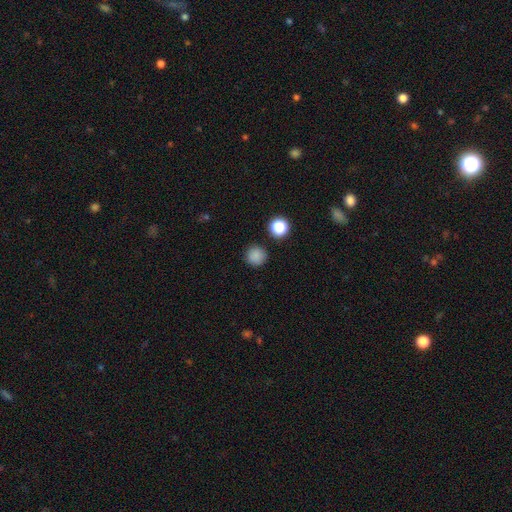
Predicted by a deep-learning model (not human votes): smooth-or-featured: smooth: 84% | star or artifact: 12% | featured or disk: 4%
  how-rounded: round: 95% | in between: 4% | cigar-shaped: 1%
  merging: none: 88% | minor disturbance: 7% | merger: 3% | major disturbance: 2%